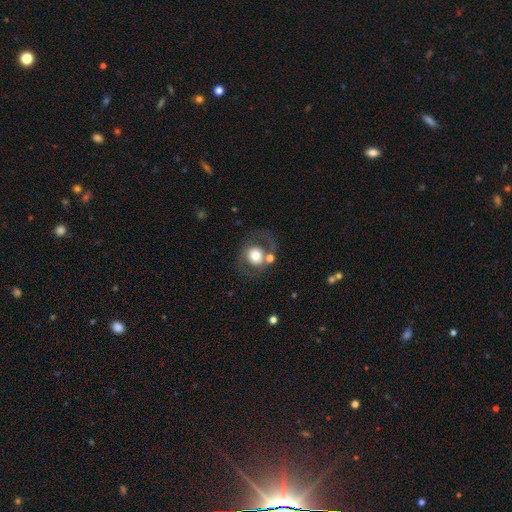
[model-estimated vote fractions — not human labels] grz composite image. It shows a smooth galaxy with no disk features (53%) that is round (76%). Merging: none (65%).